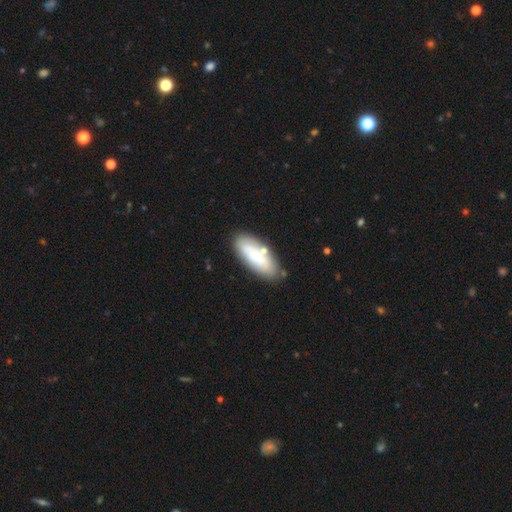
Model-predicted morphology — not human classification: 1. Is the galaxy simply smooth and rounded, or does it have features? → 72% smooth, 21% featured or disk, 7% star or artifact.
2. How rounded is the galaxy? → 74% in between, 24% cigar-shaped, 2% round.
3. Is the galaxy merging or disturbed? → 74% none, 15% minor disturbance, 7% merger, 4% major disturbance.